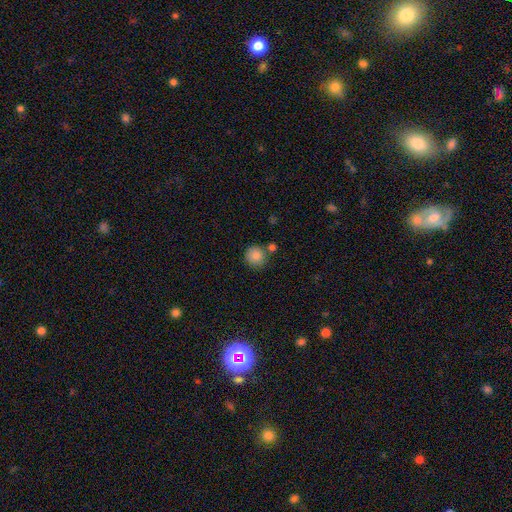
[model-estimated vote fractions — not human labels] smooth_or_featured: smooth (p=0.86) [alt: star or artifact p=0.09]
how_rounded: round (p=0.93) [alt: in between p=0.06]
merging: none (p=0.77) [alt: minor disturbance p=0.10]